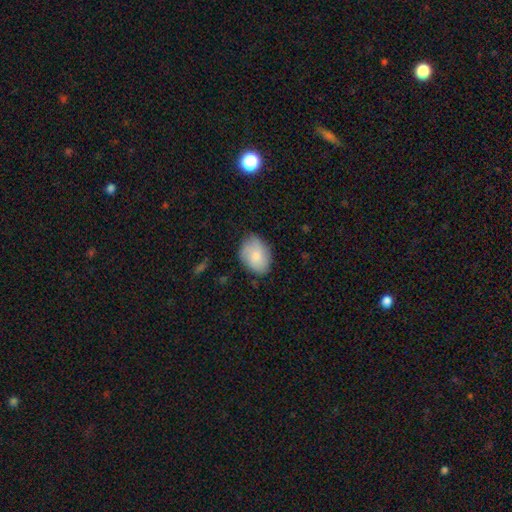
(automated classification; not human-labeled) This appears to be a smooth galaxy with no disk features (79%) that is in between round and cigar-shaped (78%). Merging: none (74%).